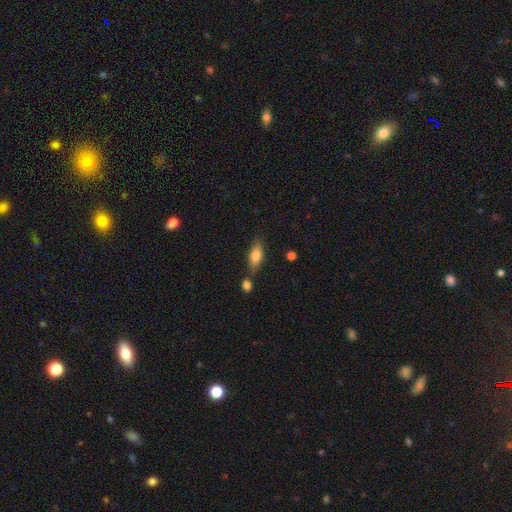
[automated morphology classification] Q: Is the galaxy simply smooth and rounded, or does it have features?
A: smooth — 73%.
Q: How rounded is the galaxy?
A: in between — 70%.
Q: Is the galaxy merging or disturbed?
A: none — 69%.